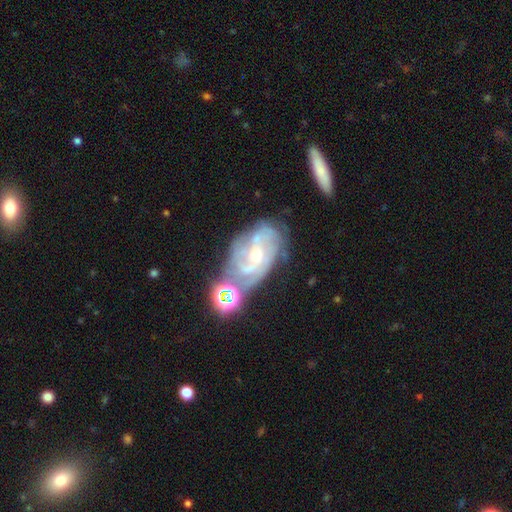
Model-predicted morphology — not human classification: Smooth or featured?
  - featured or disk: 79% *
  - smooth: 12%
  - star or artifact: 9%
Edge-on disk?
  - no: 96% *
  - yes: 4%
Bar?
  - no: 62% *
  - weak: 29%
  - strong: 9%
Spiral arms?
  - yes: 87% *
  - no: 13%
Spiral winding?
  - tight: 49% *
  - medium: 37%
  - loose: 13%
Spiral arm count?
  - can't tell: 40% *
  - 2: 25%
  - 3: 18%
  - 4: 9%
  - 1: 4%
  - more than 4: 4%
Bulge size?
  - small: 63% *
  - moderate: 33%
  - none: 2%
  - large: 1%
  - dominant: 1%
Merging?
  - none: 43% *
  - minor disturbance: 22%
  - merger: 20%
  - major disturbance: 15%